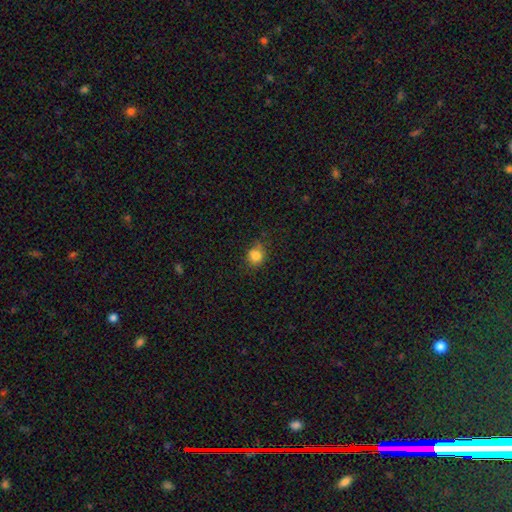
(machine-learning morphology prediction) Smooth or featured: smooth — 82% (star or artifact — 12%)
How rounded: round — 78% (in between — 21%)
Merging: none — 70% (minor disturbance — 22%)